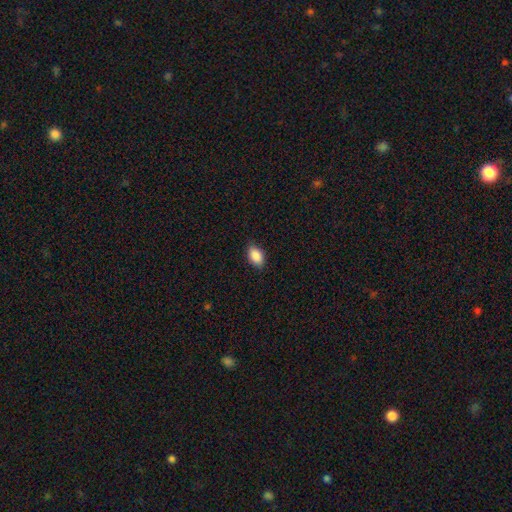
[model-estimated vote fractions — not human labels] A smooth galaxy with no disk features (89%) that is in between round and cigar-shaped (90%). Merging: none (85%).